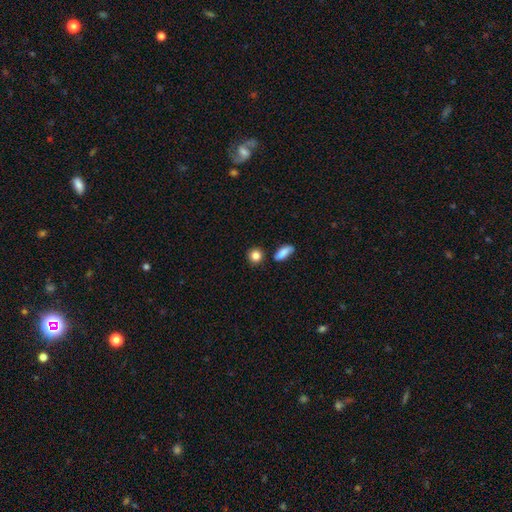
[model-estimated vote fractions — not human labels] A smooth galaxy with no disk features (85%) that is round (84%). Merging: none (81%).